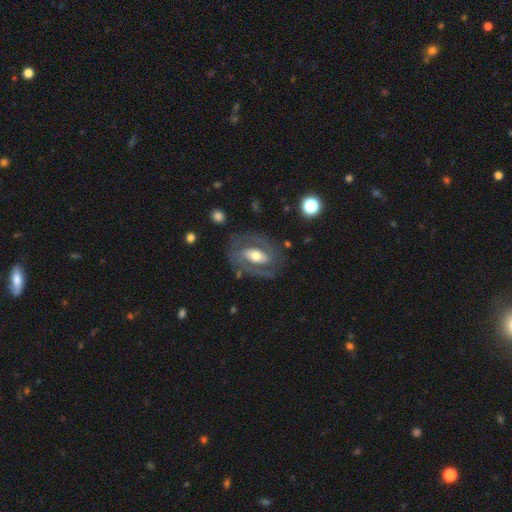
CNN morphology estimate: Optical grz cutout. It shows a featured or disk galaxy (75%) with no bar (36%), 2 (79%) medium (45%) spiral arms (75%) and a moderate central bulge (66%). Merging: none (72%).